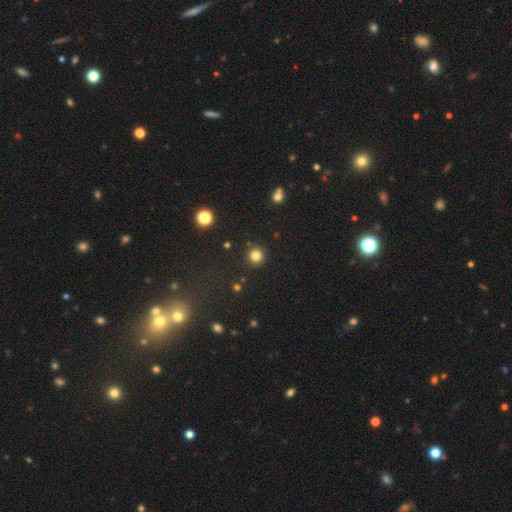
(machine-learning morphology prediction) Smooth or featured: smooth — 82% (star or artifact — 13%)
How rounded: round — 94% (in between — 5%)
Merging: none — 91% (minor disturbance — 5%)